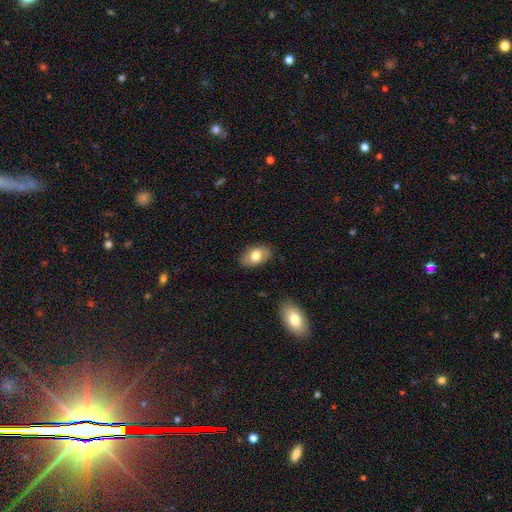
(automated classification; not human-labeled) A smooth galaxy with no disk features (76%) that is in between round and cigar-shaped (89%).

Vote fractions:
- Smooth or featured? smooth: 76% / featured or disk: 17% / star or artifact: 8%
- How rounded? in between: 89% / round: 9% / cigar-shaped: 1%
- Merging? none: 84% / minor disturbance: 12% / major disturbance: 3% / merger: 1%